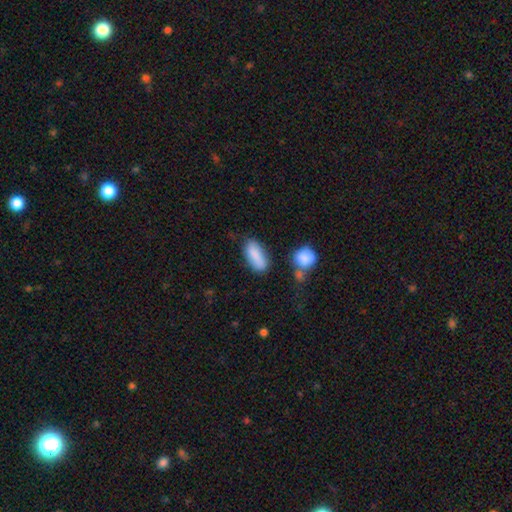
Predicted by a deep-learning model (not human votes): Q: Smooth or featured?
A: smooth (86%); runner-up: featured or disk (7%)
Q: How rounded?
A: in between (81%); runner-up: cigar-shaped (17%)
Q: Merging?
A: none (68%); runner-up: minor disturbance (19%)